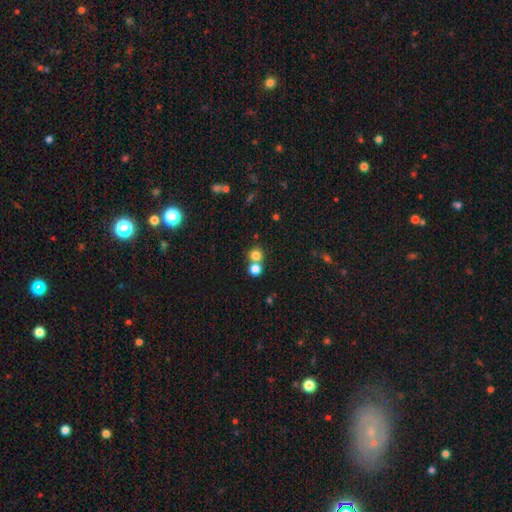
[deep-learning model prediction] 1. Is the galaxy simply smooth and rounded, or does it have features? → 79% smooth, 13% star or artifact, 8% featured or disk.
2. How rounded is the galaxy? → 87% round, 12% in between, 1% cigar-shaped.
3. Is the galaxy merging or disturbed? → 53% none, 39% merger, 6% minor disturbance, 3% major disturbance.